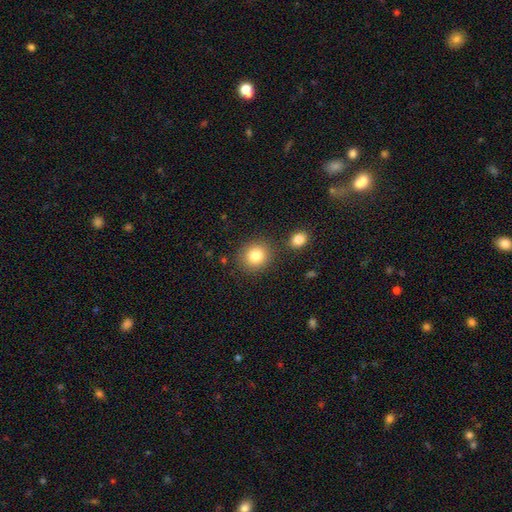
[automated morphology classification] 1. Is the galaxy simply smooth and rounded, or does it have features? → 83% smooth, 10% star or artifact, 7% featured or disk.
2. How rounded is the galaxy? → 84% round, 15% in between, 1% cigar-shaped.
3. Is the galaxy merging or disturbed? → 82% none, 9% minor disturbance, 6% merger, 3% major disturbance.